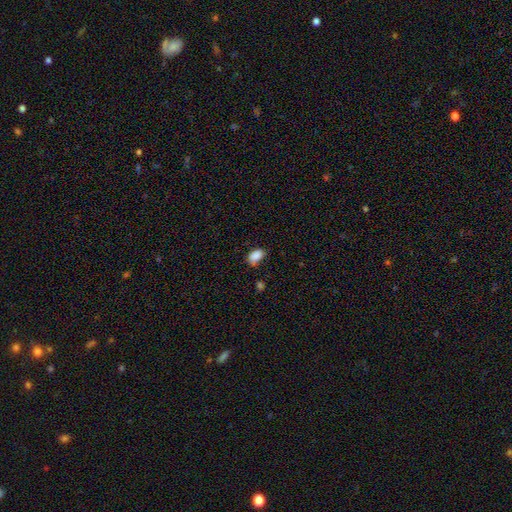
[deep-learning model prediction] Morphology: type=smooth (87%); roundness=in between (89%); merging=none (58%).